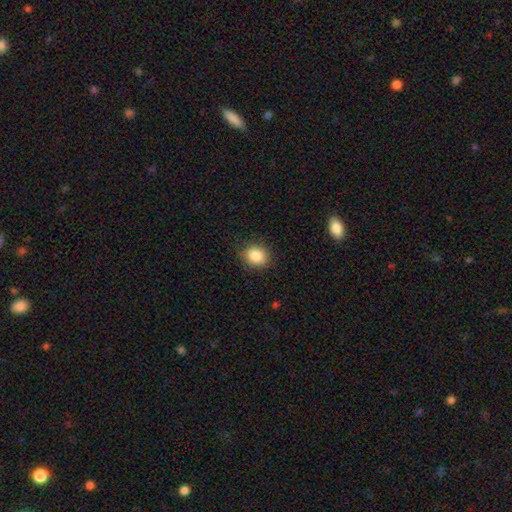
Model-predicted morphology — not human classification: Smooth or featured? smooth (87%)
How rounded? round (64%)
Merging? none (85%)